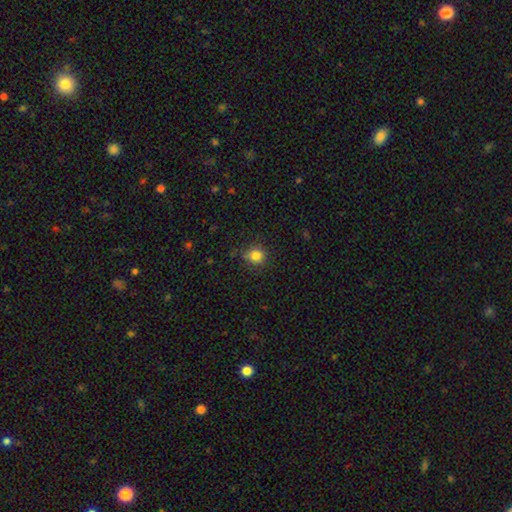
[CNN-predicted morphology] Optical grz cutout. It shows a smooth galaxy with no disk features (83%) that is round (87%). Merging: none (82%).